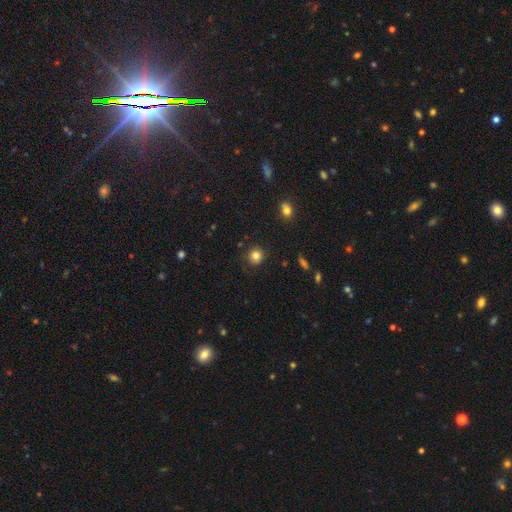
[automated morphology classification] This appears to be a smooth galaxy with no disk features (81%) that is round (90%). Merging: none (83%).